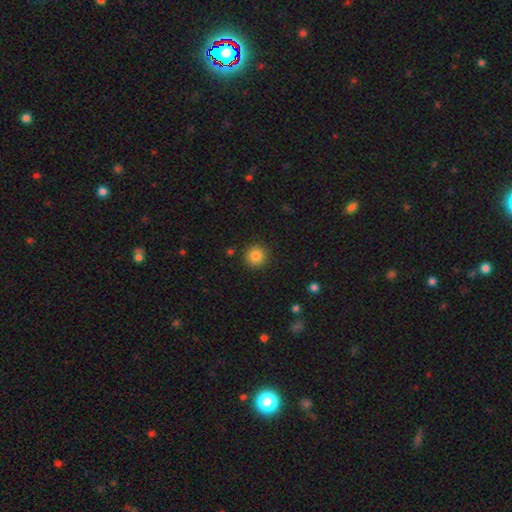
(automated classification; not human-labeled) A smooth galaxy with no disk features (85%) that is round (94%). Merging: none (91%).